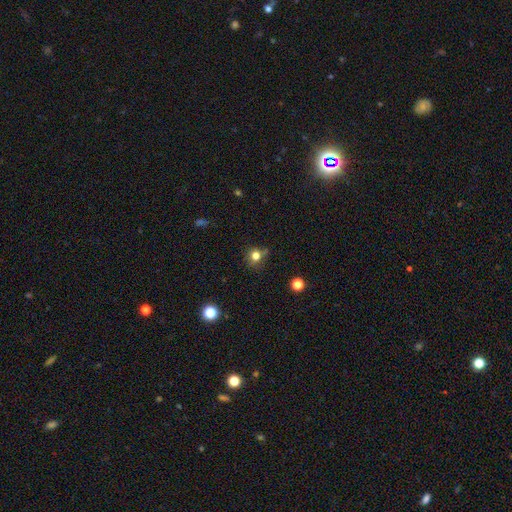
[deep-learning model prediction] Smooth or featured?
  - smooth: 74% *
  - star or artifact: 17%
  - featured or disk: 9%
How rounded?
  - round: 84% *
  - in between: 15%
  - cigar-shaped: 1%
Merging?
  - none: 67% *
  - minor disturbance: 20%
  - major disturbance: 7%
  - merger: 6%